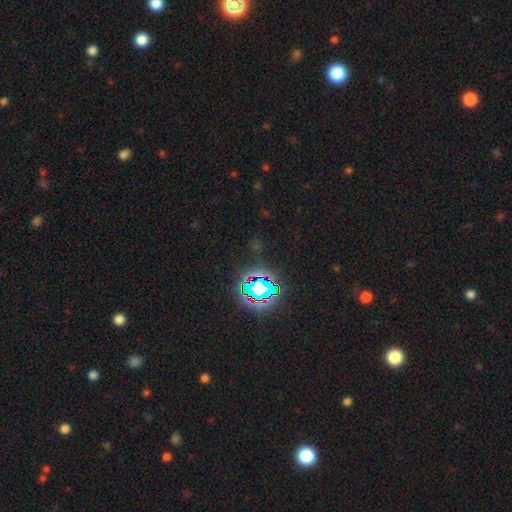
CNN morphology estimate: Q: Smooth or featured?
A: star or artifact (81%); runner-up: smooth (12%)